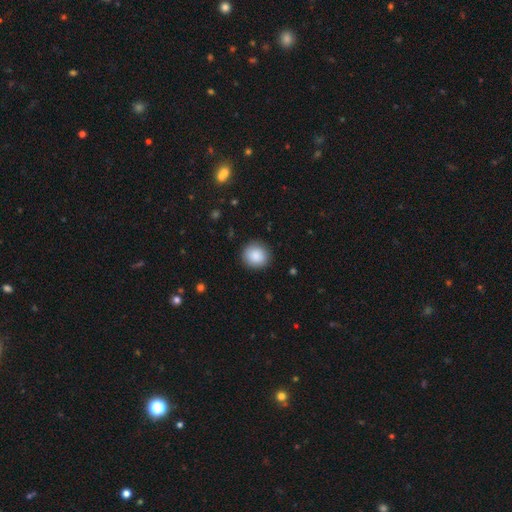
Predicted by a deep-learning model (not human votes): Morphology: type=smooth (88%); roundness=round (91%); merging=none (90%).